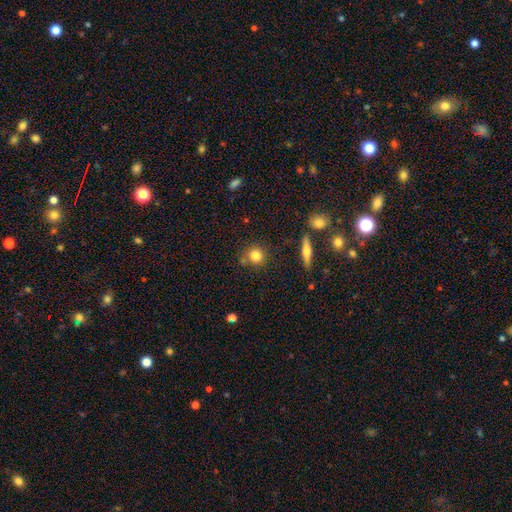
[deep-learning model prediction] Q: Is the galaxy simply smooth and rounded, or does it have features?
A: smooth — 81%.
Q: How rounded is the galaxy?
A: round — 86%.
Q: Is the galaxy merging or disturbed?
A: none — 75%.